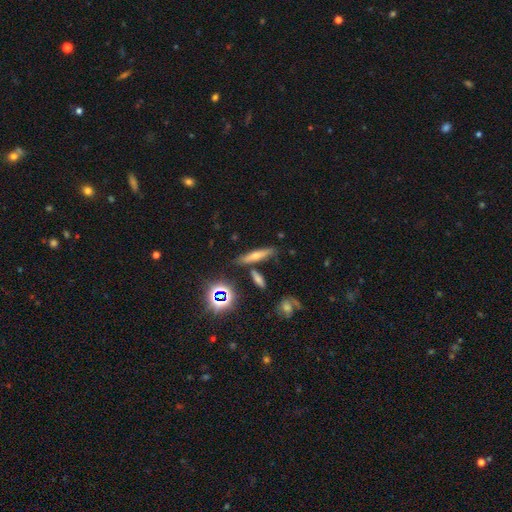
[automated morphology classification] type=featured or disk (40%); merging=none (82%).